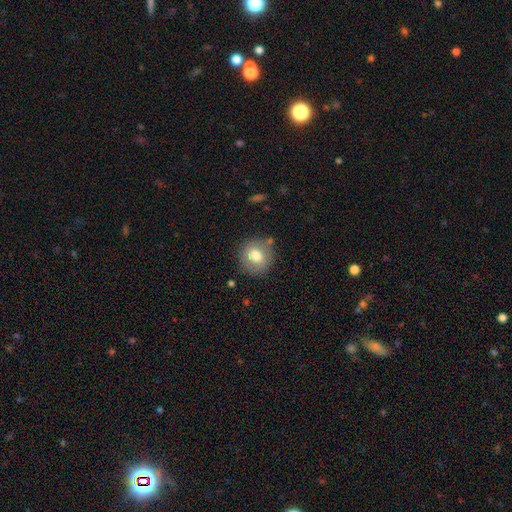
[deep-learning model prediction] This appears to be a smooth galaxy with no disk features (75%) that is round (88%). Merging: none (78%).